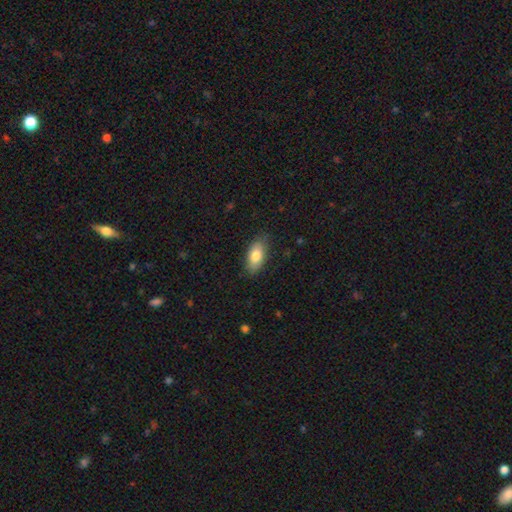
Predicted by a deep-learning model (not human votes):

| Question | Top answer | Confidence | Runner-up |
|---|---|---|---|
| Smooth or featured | smooth | 80% | featured or disk (14%) |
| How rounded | in between | 89% | cigar-shaped (7%) |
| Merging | none | 83% | minor disturbance (13%) |